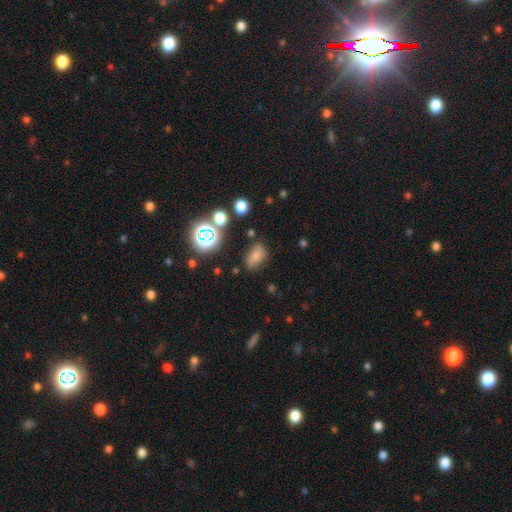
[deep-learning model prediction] Smooth or featured?
  - smooth: 64% *
  - star or artifact: 20%
  - featured or disk: 15%
How rounded?
  - in between: 82% *
  - round: 14%
  - cigar-shaped: 5%
Merging?
  - none: 67% *
  - minor disturbance: 21%
  - major disturbance: 7%
  - merger: 5%